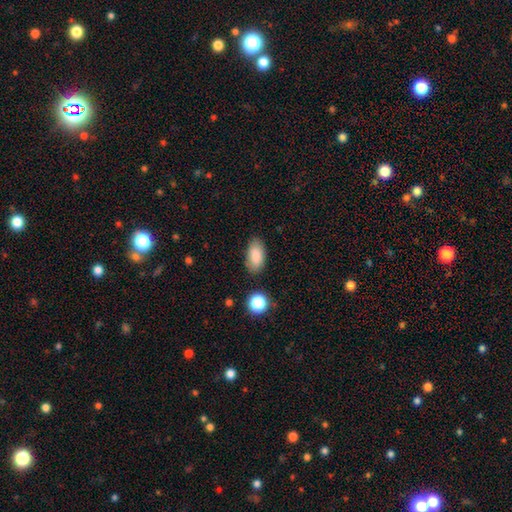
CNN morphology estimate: smooth-or-featured: smooth: 87% | star or artifact: 7% | featured or disk: 5%
  how-rounded: in between: 93% | round: 4% | cigar-shaped: 3%
  merging: none: 82% | minor disturbance: 12% | major disturbance: 3% | merger: 3%